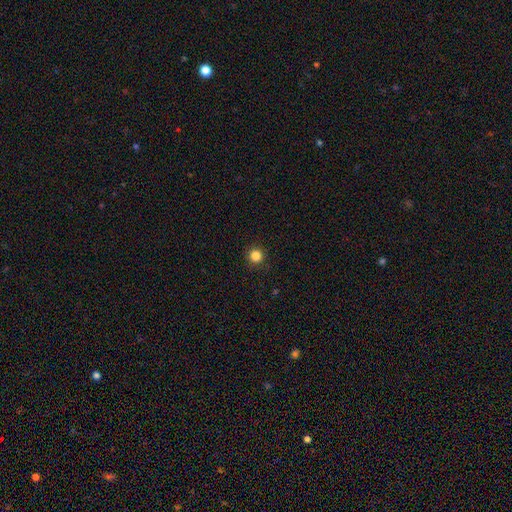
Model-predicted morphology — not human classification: This appears to be a smooth galaxy with no disk features (85%) that is round (96%). Merging: none (92%).